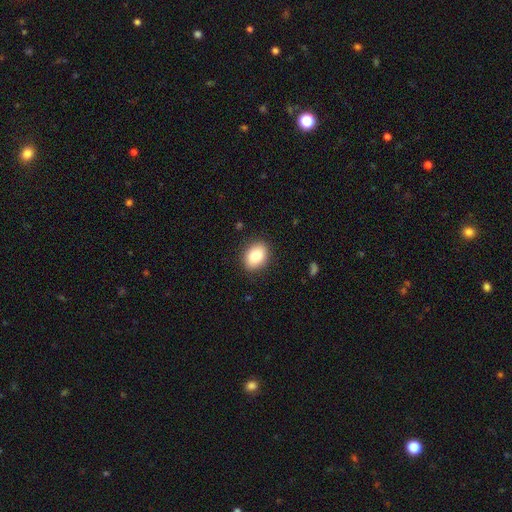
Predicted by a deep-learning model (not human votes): smooth-or-featured: smooth: 84% | featured or disk: 8% | star or artifact: 8%
  how-rounded: in between: 68% | round: 30% | cigar-shaped: 1%
  merging: none: 87% | minor disturbance: 9% | major disturbance: 2% | merger: 1%